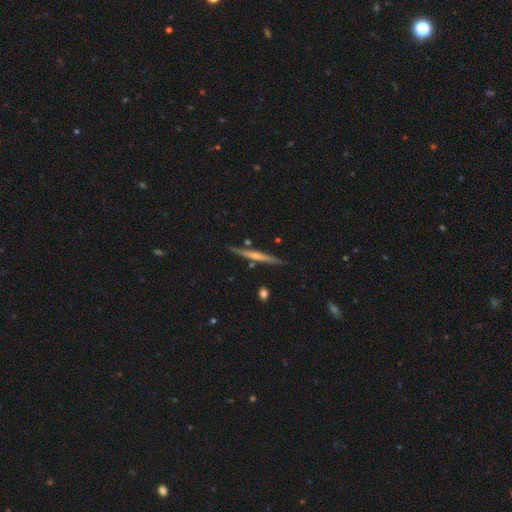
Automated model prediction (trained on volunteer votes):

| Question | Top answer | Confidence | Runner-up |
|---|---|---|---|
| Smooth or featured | featured or disk | 69% | smooth (25%) |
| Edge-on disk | yes | 98% | no (2%) |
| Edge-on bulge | rounded | 55% | none (38%) |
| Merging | none | 87% | minor disturbance (9%) |